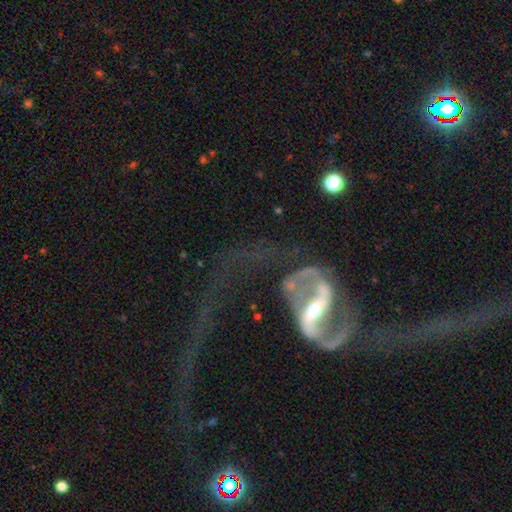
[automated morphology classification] A featured or disk galaxy (90%) with a strong bar (60%), 2 (91%) loose (73%) spiral arms (91%) and a moderate central bulge (48%). Merging: major disturbance (40%).